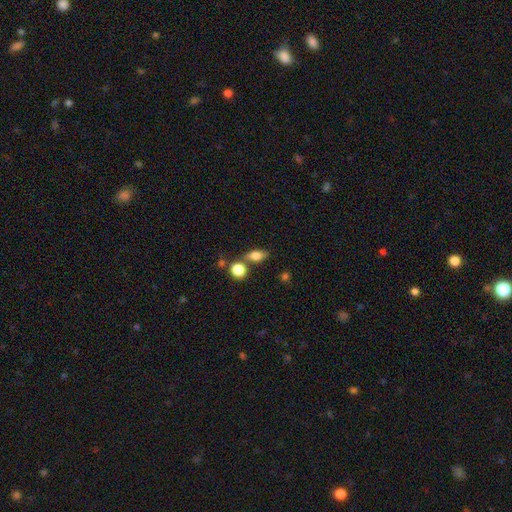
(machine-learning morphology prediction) Smooth or featured? Predicted: smooth (p=0.75). How rounded? Predicted: in between (p=0.73). Merging? Predicted: none (p=0.63).